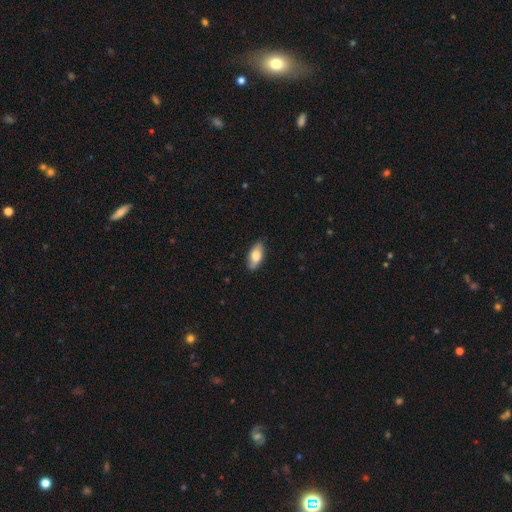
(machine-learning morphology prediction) Smooth or featured? Predicted: smooth (p=0.75). How rounded? Predicted: in between (p=0.85). Merging? Predicted: none (p=0.86).